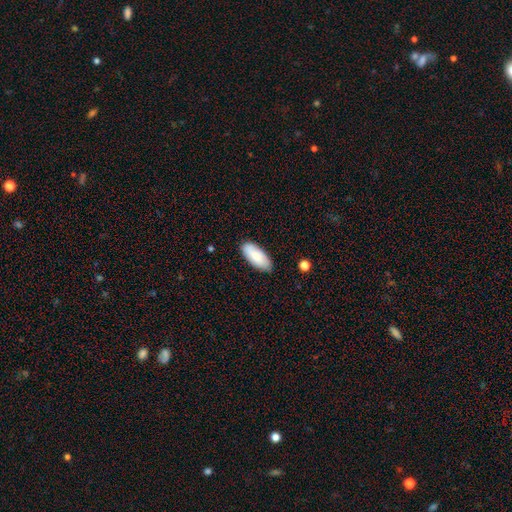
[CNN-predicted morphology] A smooth galaxy with no disk features (81%) that is in between round and cigar-shaped (89%). Merging: none (82%).